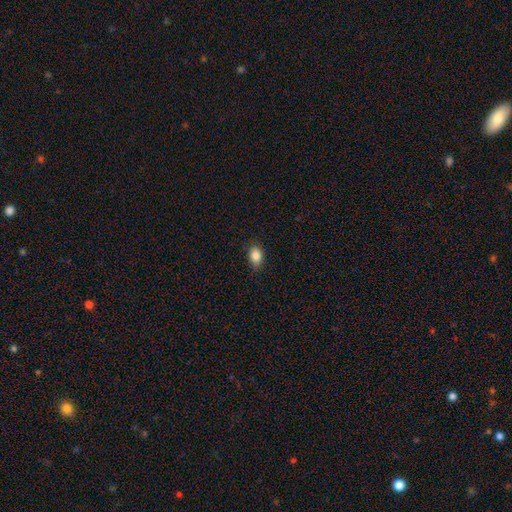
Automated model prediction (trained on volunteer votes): Overall: smooth (86%). How rounded: in between (81%). Merging: none (80%).